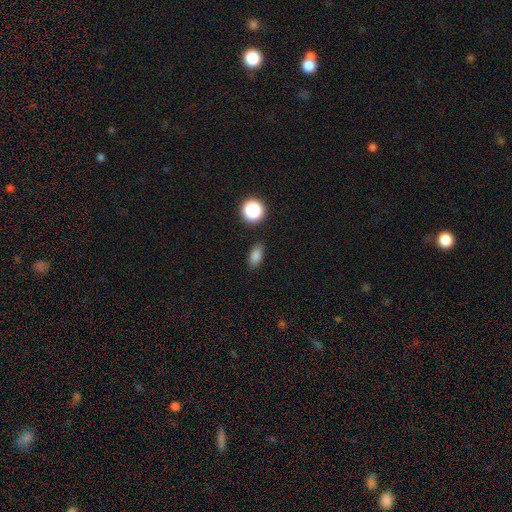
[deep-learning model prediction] smooth_or_featured: smooth (p=0.82) [alt: star or artifact p=0.13]
how_rounded: in between (p=0.84) [alt: round p=0.12]
merging: none (p=0.85) [alt: minor disturbance p=0.10]